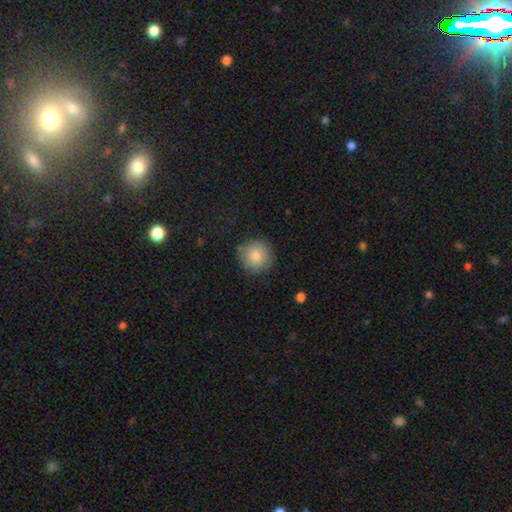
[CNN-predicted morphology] Smooth or featured? smooth (83%)
How rounded? round (93%)
Merging? none (83%)